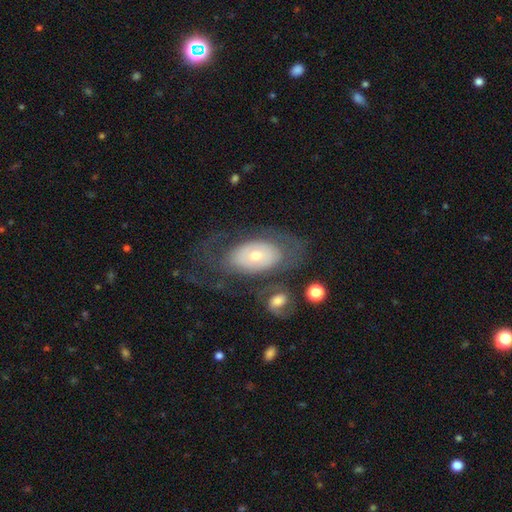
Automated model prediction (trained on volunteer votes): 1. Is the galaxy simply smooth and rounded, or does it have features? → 56% featured or disk, 37% smooth, 7% star or artifact.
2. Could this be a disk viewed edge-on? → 90% no, 10% yes.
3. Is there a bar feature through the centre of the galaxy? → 87% no, 9% weak, 4% strong.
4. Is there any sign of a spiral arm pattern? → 59% no, 41% yes.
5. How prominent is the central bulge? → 50% moderate, 42% small, 5% large, 1% dominant, 1% none.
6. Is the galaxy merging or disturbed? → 56% none, 19% major disturbance, 16% minor disturbance, 8% merger.